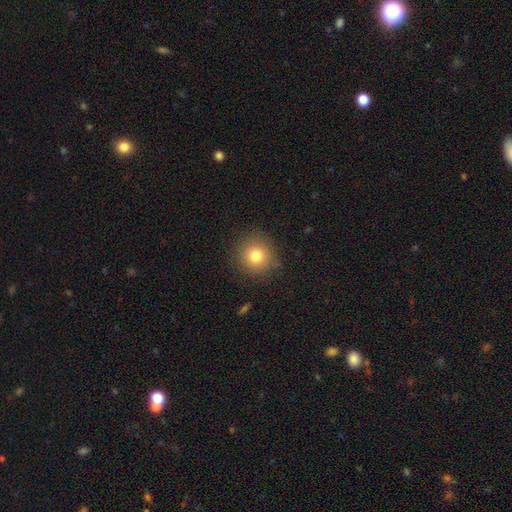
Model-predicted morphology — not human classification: smooth-or-featured: smooth: 78% | star or artifact: 12% | featured or disk: 10%
  how-rounded: round: 92% | in between: 7% | cigar-shaped: 1%
  merging: none: 86% | minor disturbance: 10% | major disturbance: 3% | merger: 1%